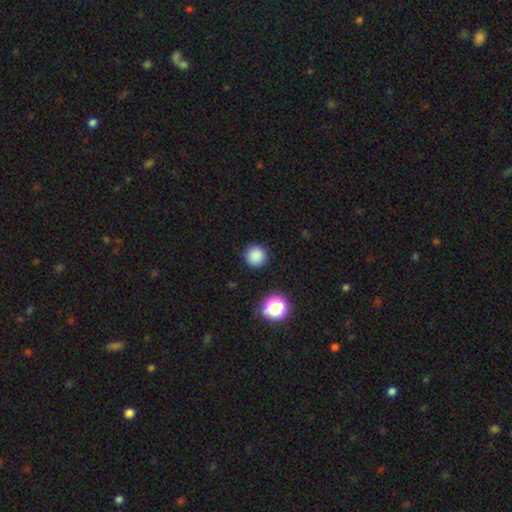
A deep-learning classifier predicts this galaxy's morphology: Q: Smooth or featured?
A: smooth (84%); runner-up: star or artifact (13%)
Q: How rounded?
A: round (95%); runner-up: in between (4%)
Q: Merging?
A: none (91%); runner-up: minor disturbance (6%)